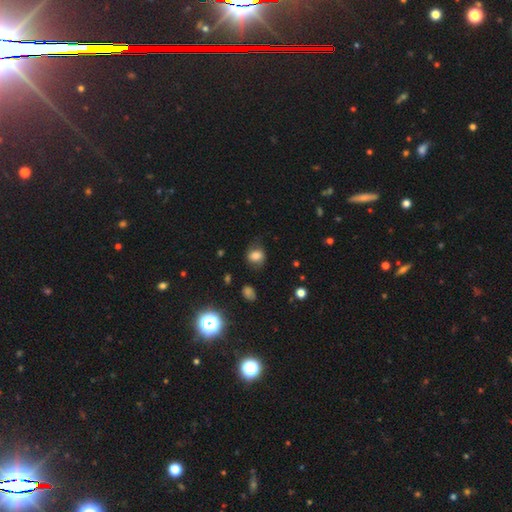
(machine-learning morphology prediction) Smooth or featured?
  - smooth: 73% *
  - featured or disk: 15%
  - star or artifact: 13%
How rounded?
  - round: 57% *
  - in between: 41%
  - cigar-shaped: 1%
Merging?
  - none: 69% *
  - minor disturbance: 21%
  - major disturbance: 9%
  - merger: 2%